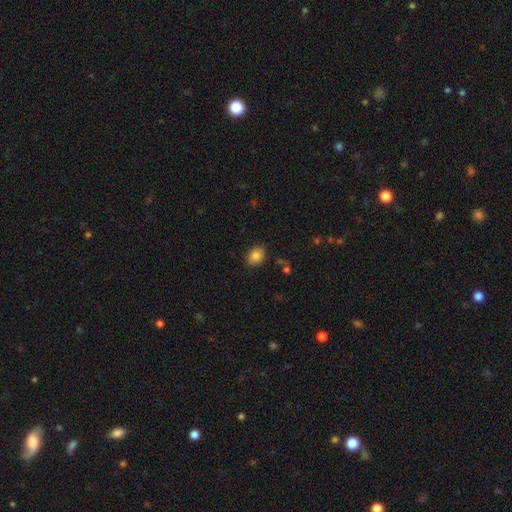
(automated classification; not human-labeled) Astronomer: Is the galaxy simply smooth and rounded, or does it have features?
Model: smooth — 84%.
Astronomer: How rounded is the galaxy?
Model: in between — 57% (runner-up: round, 42%).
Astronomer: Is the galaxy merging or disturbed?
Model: none — 85%.